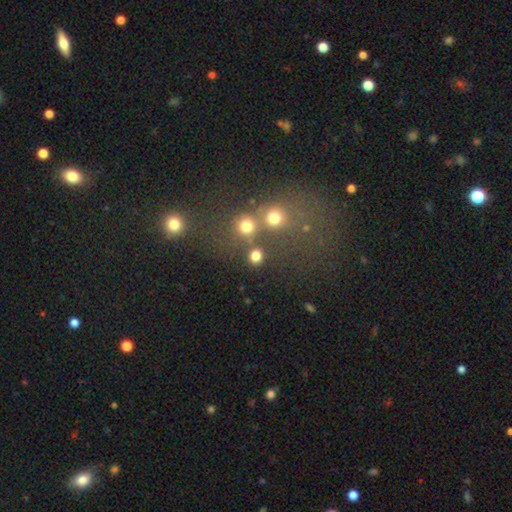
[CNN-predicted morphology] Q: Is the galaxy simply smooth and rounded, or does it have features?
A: smooth — 79%.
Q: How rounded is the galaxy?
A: round — 88%.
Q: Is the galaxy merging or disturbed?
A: none — 75%.